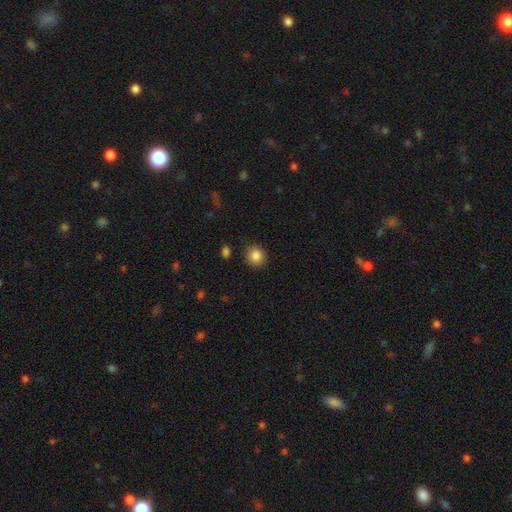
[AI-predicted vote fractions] Overall: smooth (86%). How rounded: round (87%). Merging: none (87%).